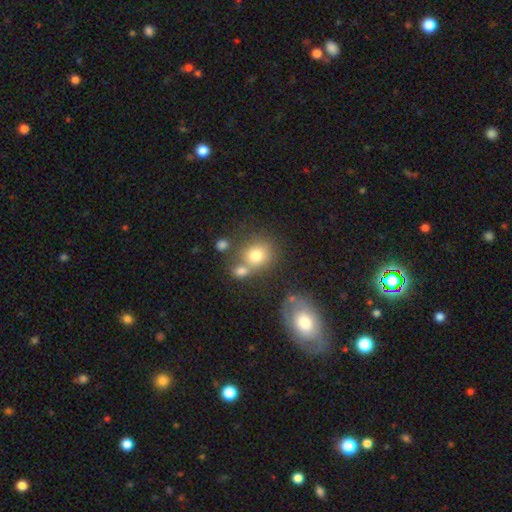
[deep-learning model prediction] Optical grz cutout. It shows a smooth galaxy with no disk features (76%) that is round (73%). Merging: none (48%).